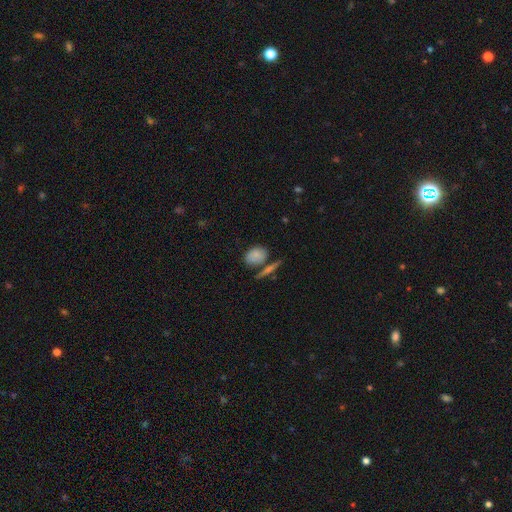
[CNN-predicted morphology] This is likely a smooth galaxy (78%). How rounded: likely in between (67%). Merging: likely none (61%).